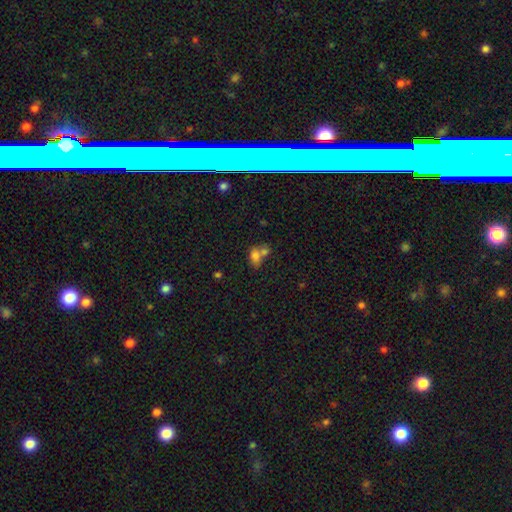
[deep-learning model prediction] The model was most divided on "merging": merger: 56%, none: 28%, minor disturbance: 10%, major disturbance: 6%. More confident: smooth or featured — smooth (75%); how rounded — in between (74%).